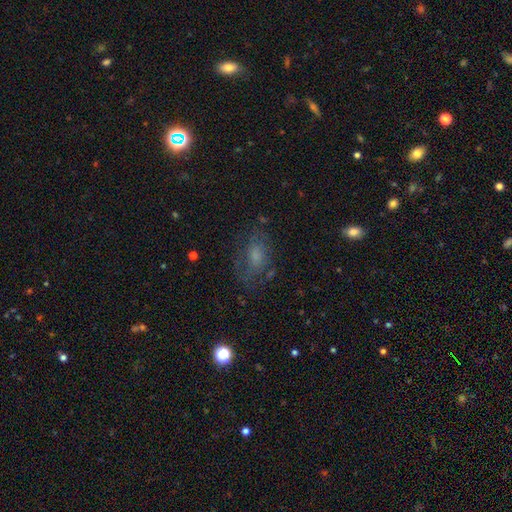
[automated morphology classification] The model was most divided on "smooth or featured": smooth: 44%, featured or disk: 38%, star or artifact: 18%. More confident: merging — none (60%).